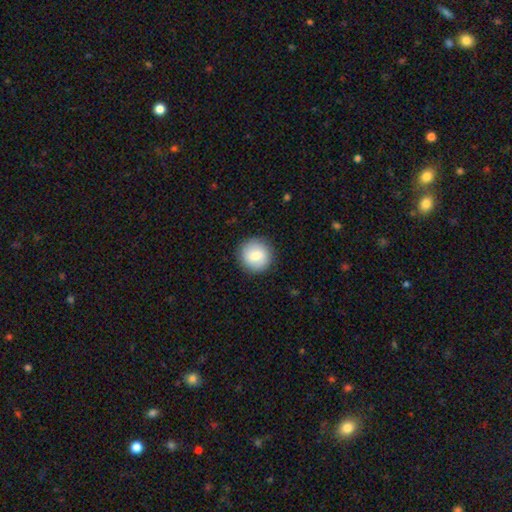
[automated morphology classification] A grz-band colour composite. It shows a smooth galaxy with no disk features (77%) that is round (94%). Merging: none (90%).